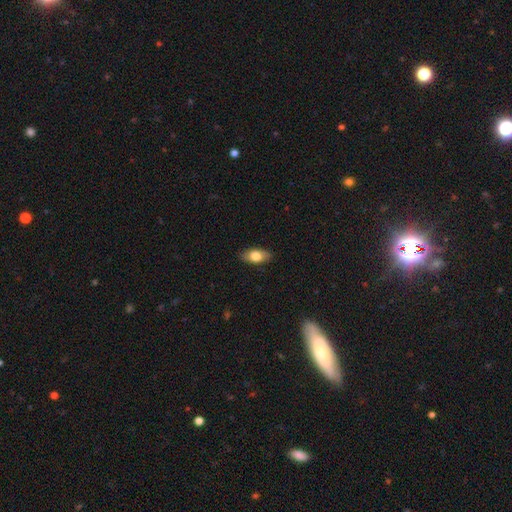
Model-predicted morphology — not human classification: A smooth galaxy with no disk features (75%) that is in between round and cigar-shaped (87%). Merging: none (87%).